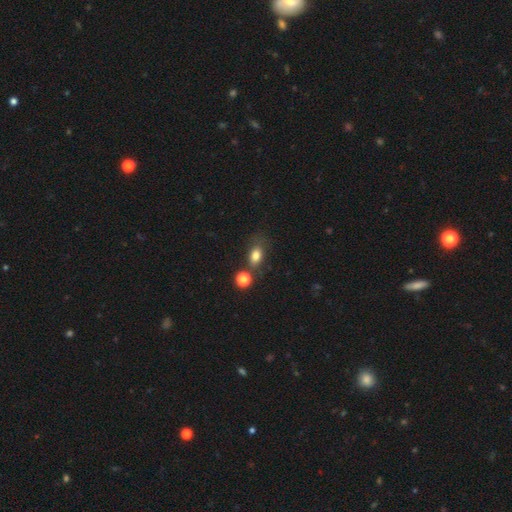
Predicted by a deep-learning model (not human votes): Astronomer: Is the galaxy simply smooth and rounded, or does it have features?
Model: smooth — 79%.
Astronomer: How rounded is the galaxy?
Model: in between — 77%.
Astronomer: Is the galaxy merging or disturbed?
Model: none — 57%.